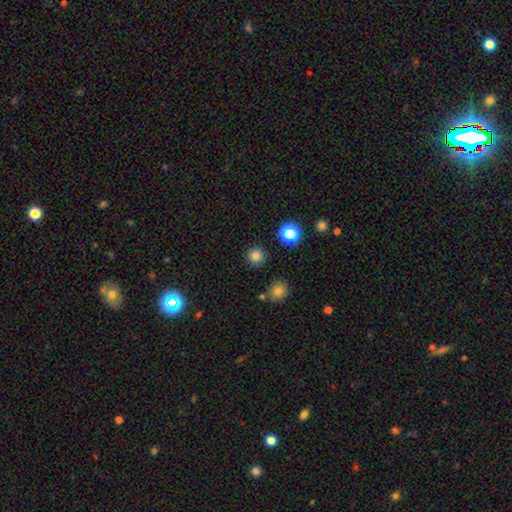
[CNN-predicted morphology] This is clearly a smooth galaxy (81%). How rounded: clearly round (95%). Merging: clearly none (89%).